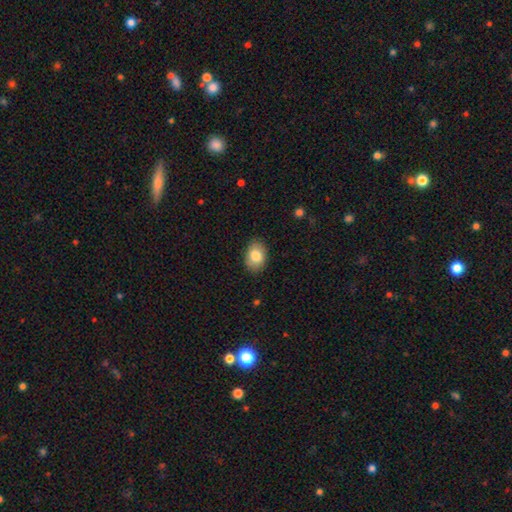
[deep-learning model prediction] Smooth or featured: smooth — 82% (featured or disk — 11%)
How rounded: in between — 82% (round — 17%)
Merging: none — 85% (minor disturbance — 12%)